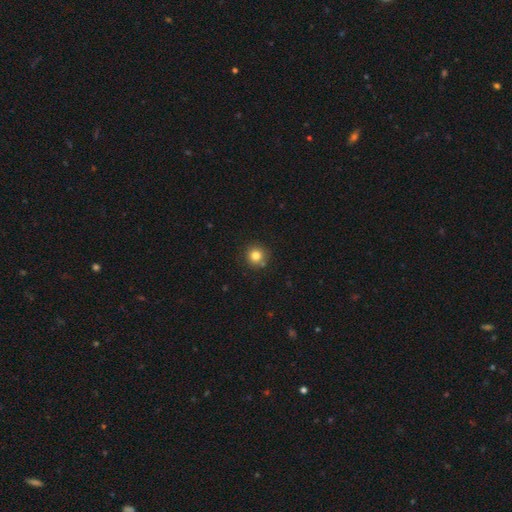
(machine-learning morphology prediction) A smooth galaxy with no disk features (82%) that is round (93%).

Vote fractions:
- Smooth or featured? smooth: 82% / star or artifact: 12% / featured or disk: 6%
- How rounded? round: 93% / in between: 6% / cigar-shaped: 1%
- Merging? none: 84% / minor disturbance: 9% / merger: 4% / major disturbance: 2%